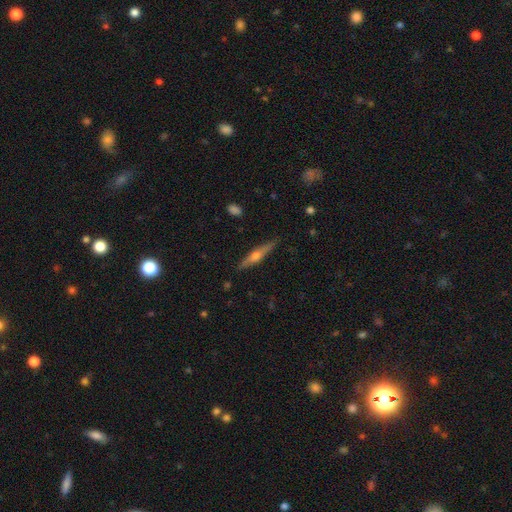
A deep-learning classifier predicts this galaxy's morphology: Smooth or featured: featured or disk — 67% (smooth — 27%)
Edge-on disk: yes — 97% (no — 3%)
Edge-on bulge: rounded — 91% (boxy — 5%)
Merging: none — 88% (minor disturbance — 9%)